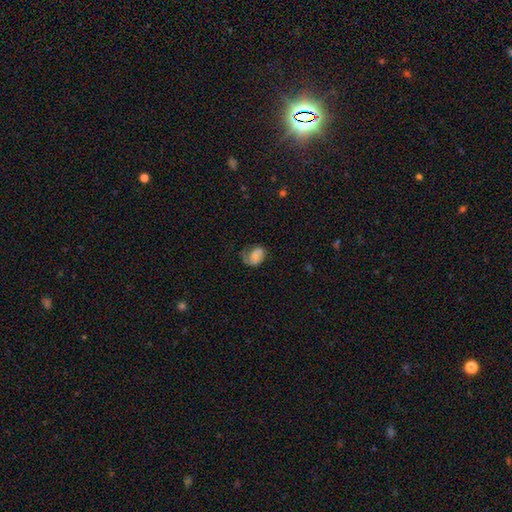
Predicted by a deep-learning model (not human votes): Overall: smooth (56%; featured or disk 34%). How rounded: in between (67%; round 32%). Merging: none (36%; major disturbance 31%).